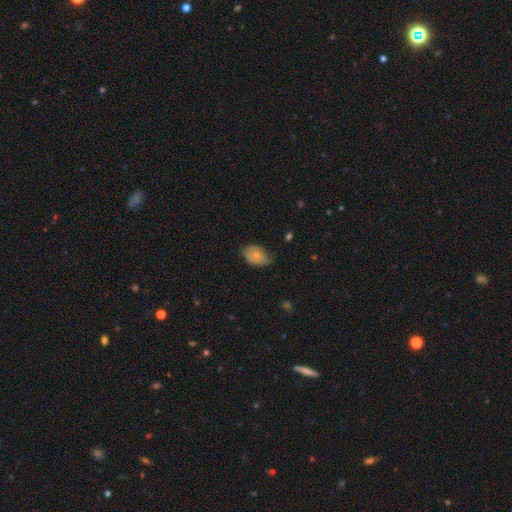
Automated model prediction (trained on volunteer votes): A smooth galaxy with no disk features (72%) that is in between round and cigar-shaped (78%).

Vote fractions:
- Smooth or featured? smooth: 72% / featured or disk: 21% / star or artifact: 7%
- How rounded? in between: 78% / round: 20% / cigar-shaped: 1%
- Merging? none: 50% / minor disturbance: 39% / major disturbance: 10% / merger: 1%